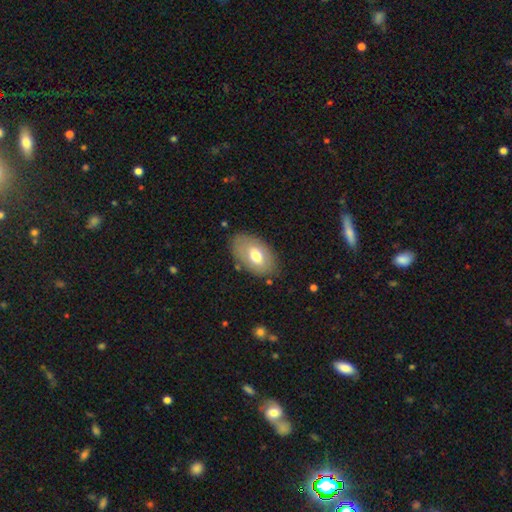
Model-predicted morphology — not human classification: Smooth or featured: smooth — 66% (featured or disk — 27%)
How rounded: in between — 92% (round — 7%)
Merging: none — 77% (minor disturbance — 16%)